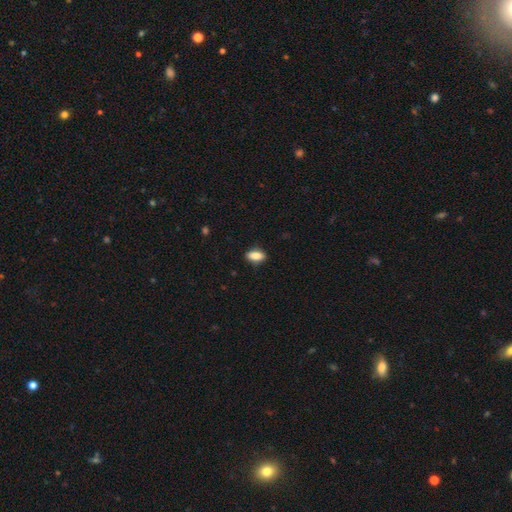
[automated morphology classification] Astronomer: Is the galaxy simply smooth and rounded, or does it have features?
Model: smooth — 84%.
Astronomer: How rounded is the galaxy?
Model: in between — 86%.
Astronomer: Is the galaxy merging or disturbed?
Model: none — 88%.